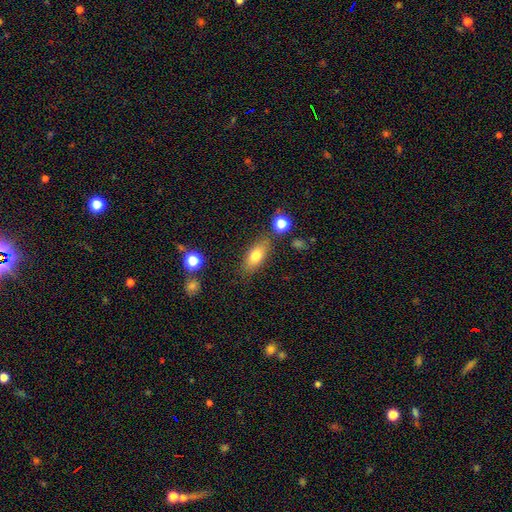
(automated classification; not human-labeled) This is likely a smooth galaxy (76%). How rounded: likely in between (80%). Merging: likely none (78%).